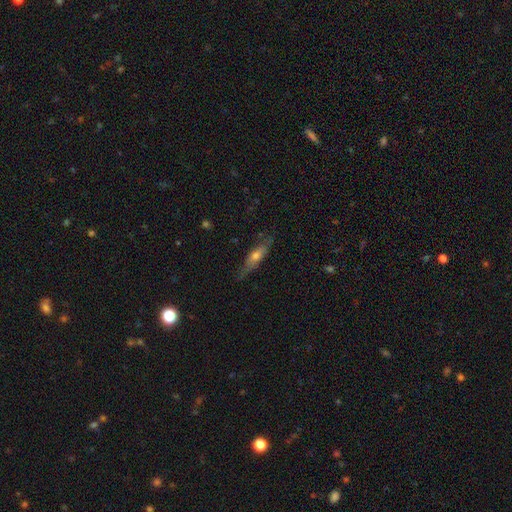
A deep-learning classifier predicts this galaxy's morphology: This appears to be a smooth galaxy with no disk features (50%) that is cigar-shaped (59%). Merging: none (67%).